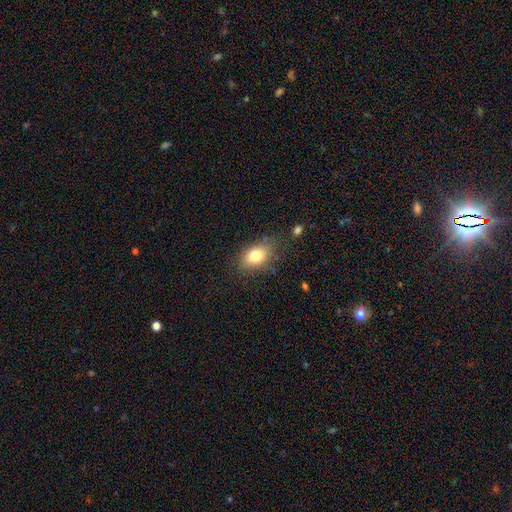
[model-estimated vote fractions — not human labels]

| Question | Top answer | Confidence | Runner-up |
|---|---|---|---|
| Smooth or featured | smooth | 80% | featured or disk (11%) |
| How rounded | in between | 81% | round (17%) |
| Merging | none | 73% | minor disturbance (19%) |